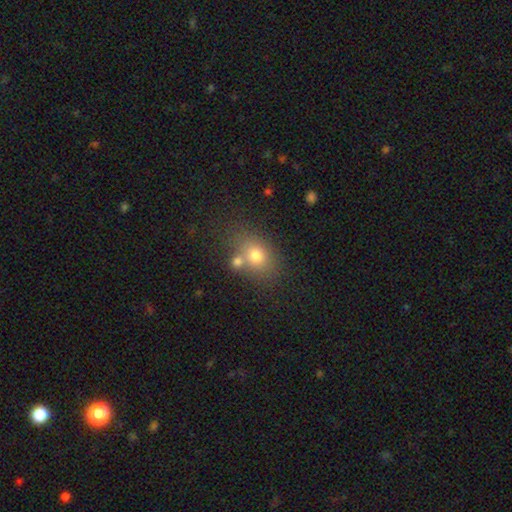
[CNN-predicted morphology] Q: Smooth or featured?
A: smooth (73%); runner-up: featured or disk (14%)
Q: How rounded?
A: in between (57%); runner-up: round (42%)
Q: Merging?
A: none (56%); runner-up: merger (26%)